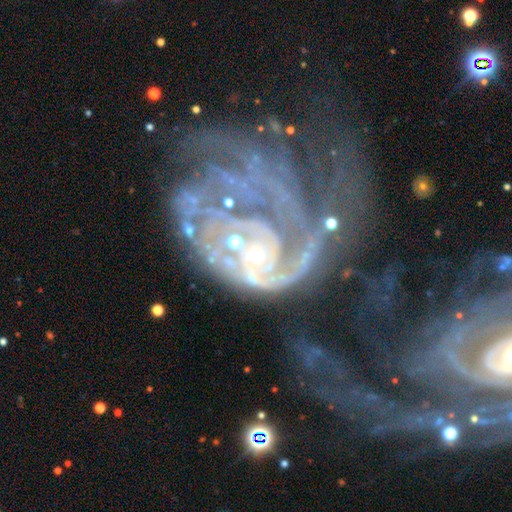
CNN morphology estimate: The model was most divided on "spiral arm count" (2-way tie): 2: 28%, can't tell: 28%, 1: 20%, 3: 11%, 4: 7%, more than 4: 6%. Remaining: edge-on disk — no (98%); smooth or featured — featured or disk (85%); spiral arms — yes (84%); bar — no (74%); bulge size — small (56%); merging — major disturbance (43%); spiral winding — tight (39%).